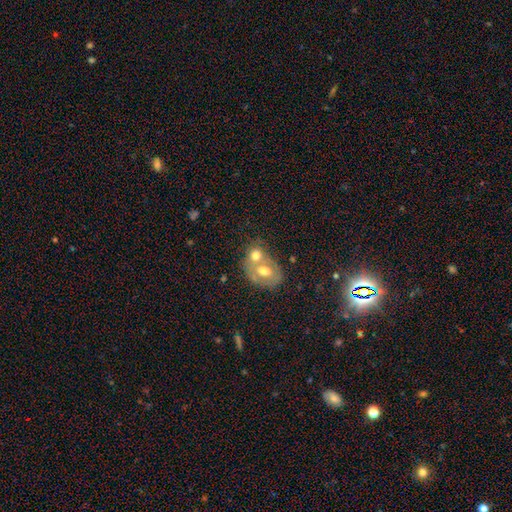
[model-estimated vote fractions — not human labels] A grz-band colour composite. It shows a smooth galaxy with no disk features (57%) that is in between round and cigar-shaped (51%). Merging: merger (64%).